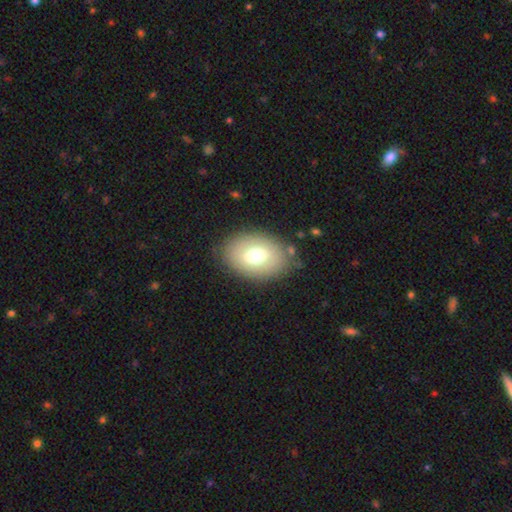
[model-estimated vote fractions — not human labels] Smooth or featured: smooth — 68% (featured or disk — 23%)
How rounded: in between — 80% (round — 19%)
Merging: none — 83% (minor disturbance — 11%)